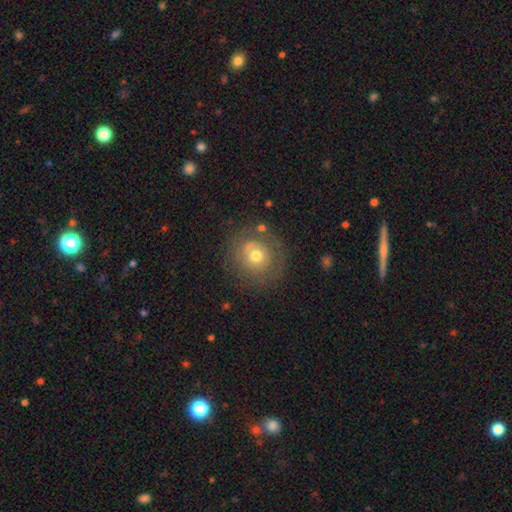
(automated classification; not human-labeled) smooth_or_featured: smooth (p=0.59) [alt: featured or disk p=0.29]
how_rounded: round (p=0.89) [alt: in between p=0.10]
merging: none (p=0.75) [alt: minor disturbance p=0.14]